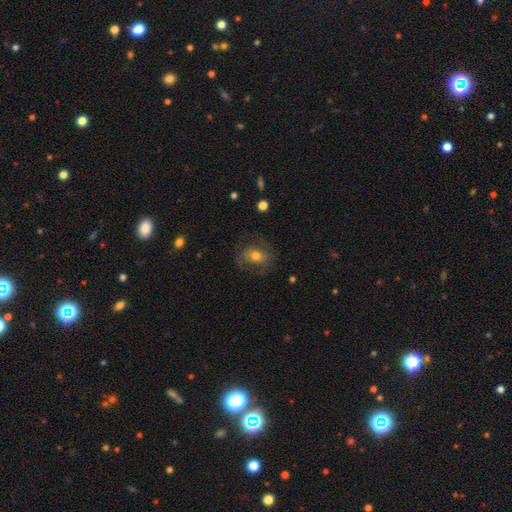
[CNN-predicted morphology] Smooth or featured?
  - smooth: 47% *
  - featured or disk: 43%
  - star or artifact: 10%
Merging?
  - none: 69% *
  - minor disturbance: 17%
  - major disturbance: 12%
  - merger: 1%